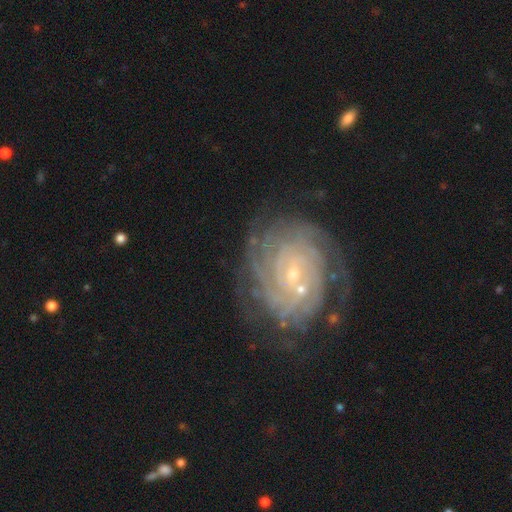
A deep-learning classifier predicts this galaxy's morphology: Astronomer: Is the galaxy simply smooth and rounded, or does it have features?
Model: featured or disk — 84%.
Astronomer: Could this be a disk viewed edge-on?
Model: no — 97%.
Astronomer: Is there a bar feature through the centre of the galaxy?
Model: no — 57% (runner-up: weak, 32%).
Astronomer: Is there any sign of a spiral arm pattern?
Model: yes — 96%.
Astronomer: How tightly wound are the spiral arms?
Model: tight — 81%.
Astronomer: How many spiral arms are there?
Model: can't tell — 35% (runner-up: more than 4, 18%).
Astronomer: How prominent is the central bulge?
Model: small — 80%.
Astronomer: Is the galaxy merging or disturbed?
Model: none — 77%.